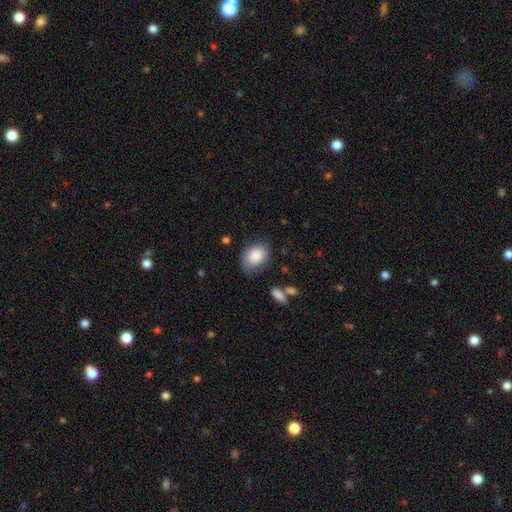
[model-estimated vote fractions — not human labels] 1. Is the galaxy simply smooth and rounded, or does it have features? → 83% smooth, 10% featured or disk, 7% star or artifact.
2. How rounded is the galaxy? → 81% in between, 17% round, 1% cigar-shaped.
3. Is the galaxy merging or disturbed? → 60% none, 30% minor disturbance, 8% major disturbance, 3% merger.